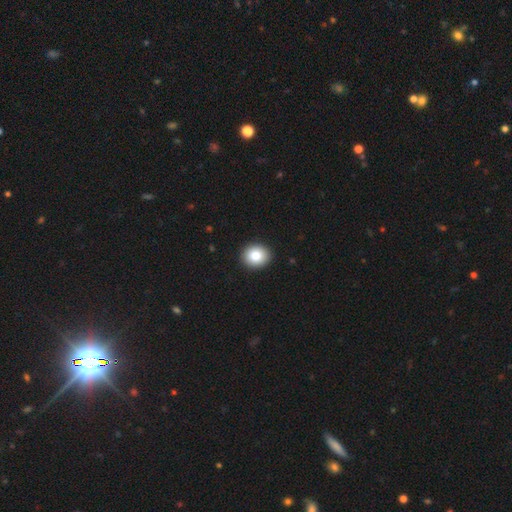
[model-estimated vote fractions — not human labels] This is clearly a smooth galaxy (83%). How rounded: likely round (75%). Merging: clearly none (93%).